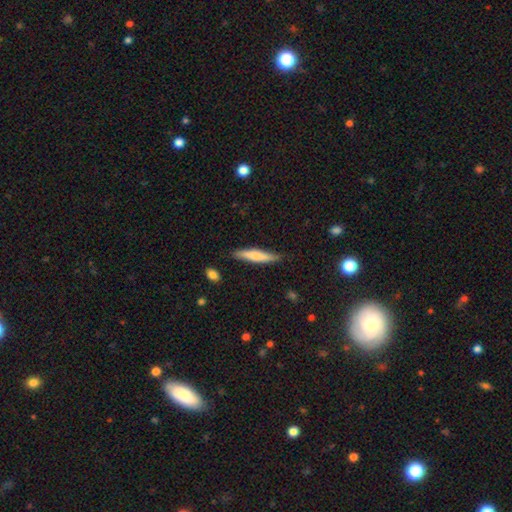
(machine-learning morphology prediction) A smooth galaxy with no disk features (66%) that is cigar-shaped (88%).

Vote fractions:
- Smooth or featured? smooth: 66% / featured or disk: 28% / star or artifact: 6%
- How rounded? cigar-shaped: 88% / in between: 11% / round: 1%
- Merging? none: 83% / minor disturbance: 13% / major disturbance: 2% / merger: 2%